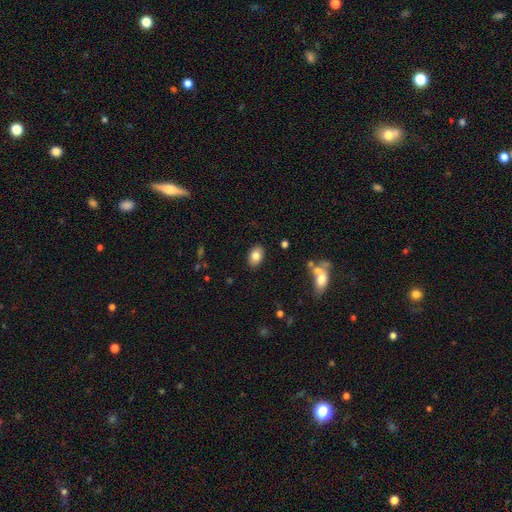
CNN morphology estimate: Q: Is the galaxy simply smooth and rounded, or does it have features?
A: smooth — 82%.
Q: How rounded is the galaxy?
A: in between — 85%.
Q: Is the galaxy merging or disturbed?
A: none — 87%.